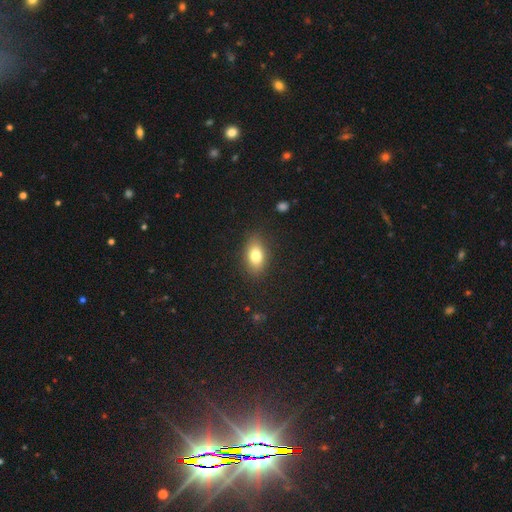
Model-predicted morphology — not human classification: The model was most divided on "smooth or featured": smooth: 79%, featured or disk: 12%, star or artifact: 9%. More confident: how rounded — in between (86%); merging — none (85%).